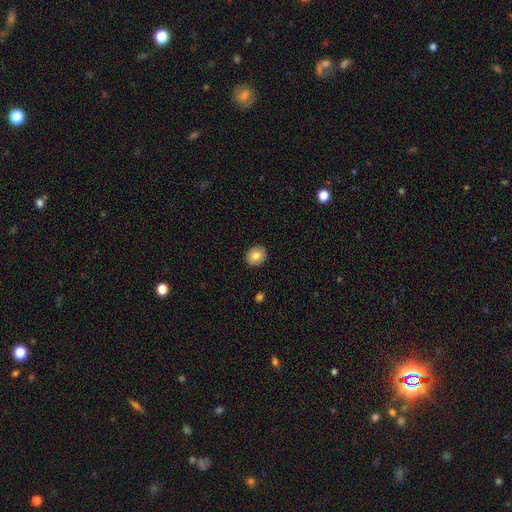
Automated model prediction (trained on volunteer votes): This is likely a smooth galaxy (80%). How rounded: likely round (77%). Merging: clearly none (91%).